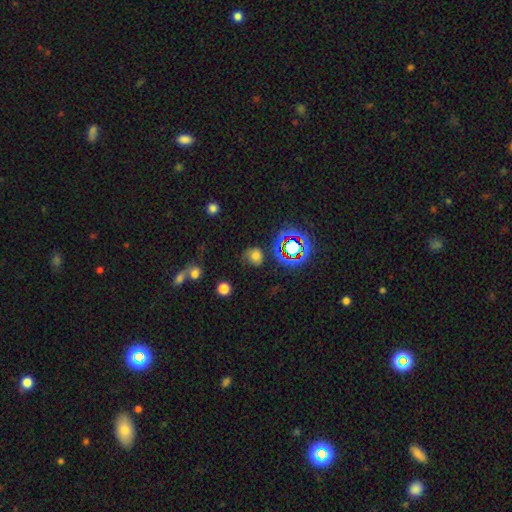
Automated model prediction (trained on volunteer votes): Smooth or featured? smooth (64%)
How rounded? round (76%)
Merging? none (65%)